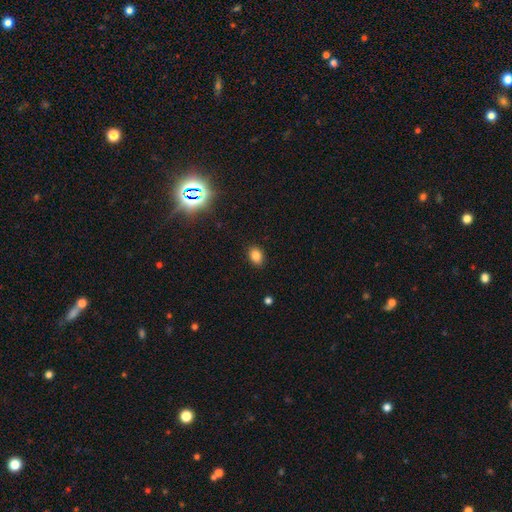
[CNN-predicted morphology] Smooth or featured? Predicted: smooth (p=0.83). How rounded? Predicted: in between (p=0.73). Merging? Predicted: none (p=0.88).